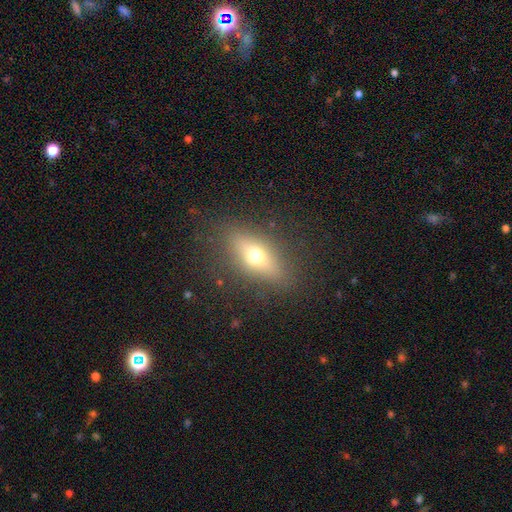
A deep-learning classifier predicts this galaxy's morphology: Q: Smooth or featured?
A: smooth (55%); runner-up: featured or disk (34%)
Q: How rounded?
A: in between (63%); runner-up: cigar-shaped (28%)
Q: Merging?
A: none (82%); runner-up: minor disturbance (11%)